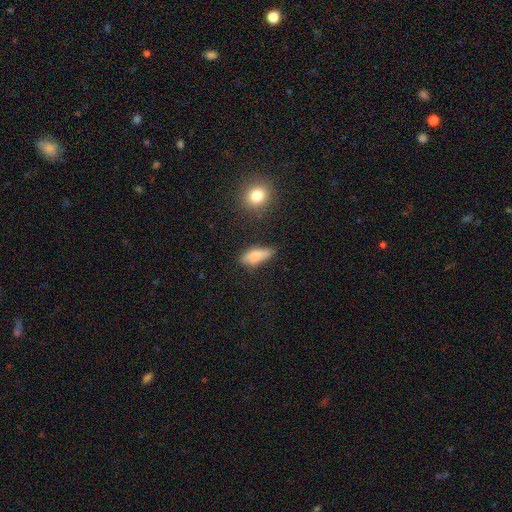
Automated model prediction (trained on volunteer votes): This appears to be a smooth galaxy with no disk features (80%) that is in between round and cigar-shaped (67%). Merging: none (58%).